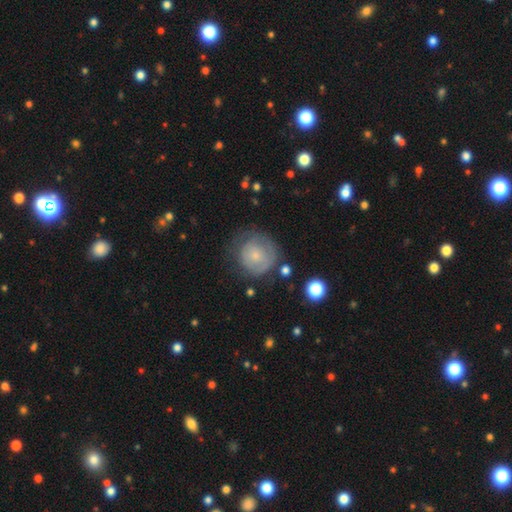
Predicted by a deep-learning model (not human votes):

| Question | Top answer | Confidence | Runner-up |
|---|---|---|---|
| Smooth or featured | smooth | 50% | featured or disk (42%) |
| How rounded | round | 88% | in between (11%) |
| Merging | none | 56% | minor disturbance (25%) |